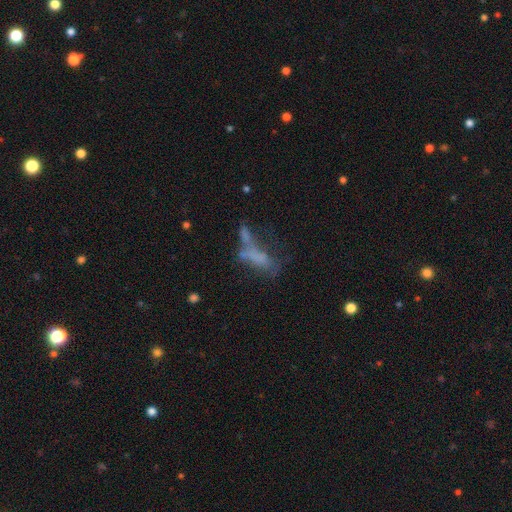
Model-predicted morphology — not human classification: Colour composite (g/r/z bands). It shows a smooth galaxy with no disk features (45%). Merging: major disturbance (31%, tied with merger).